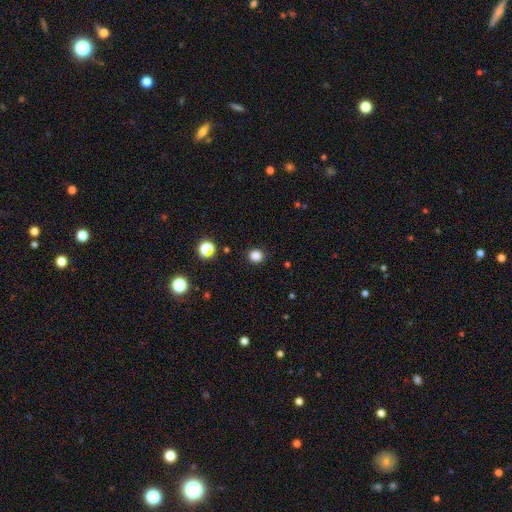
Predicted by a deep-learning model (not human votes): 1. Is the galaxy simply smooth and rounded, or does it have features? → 83% smooth, 14% star or artifact, 3% featured or disk.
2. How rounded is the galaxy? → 88% round, 11% in between, 1% cigar-shaped.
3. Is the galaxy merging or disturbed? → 90% none, 6% minor disturbance, 2% major disturbance, 1% merger.